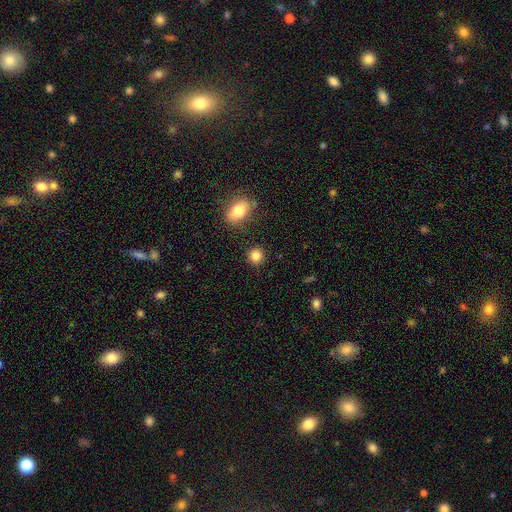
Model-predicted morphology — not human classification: Smooth or featured: smooth — 86% (star or artifact — 10%)
How rounded: round — 89% (in between — 10%)
Merging: none — 87% (minor disturbance — 8%)